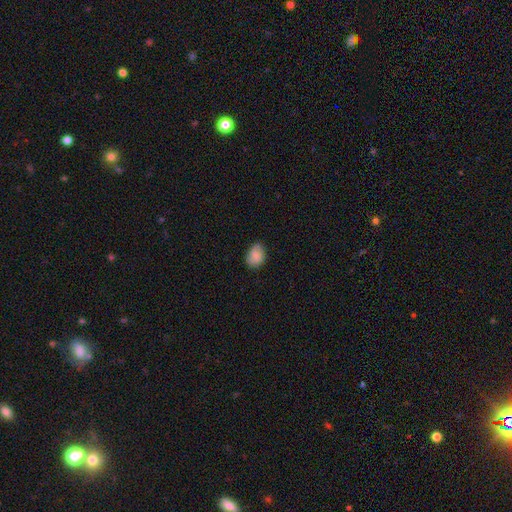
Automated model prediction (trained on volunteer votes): smooth 77%, featured or disk 15%, star or artifact 8%. Down the decision tree: how rounded — in between (70%); merging — none (71%).